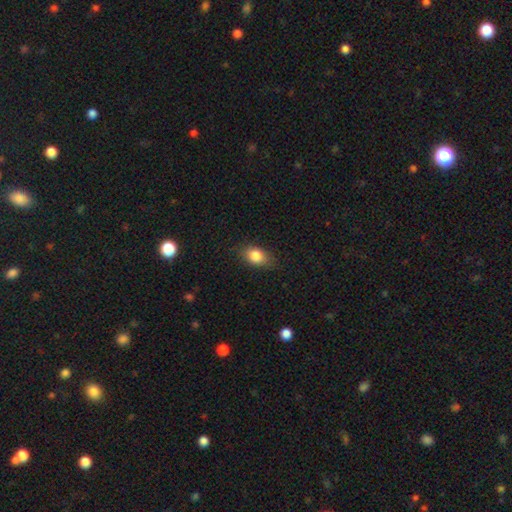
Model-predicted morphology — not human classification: Smooth or featured? smooth (83%)
How rounded? in between (75%)
Merging? none (79%)